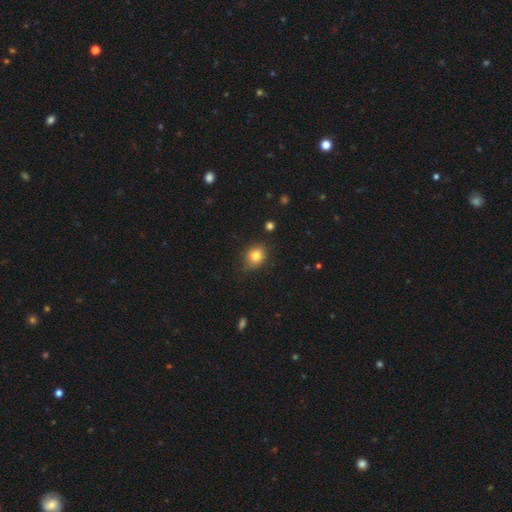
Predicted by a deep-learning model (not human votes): A smooth galaxy with no disk features (80%) that is round (63%). Merging: none (81%).